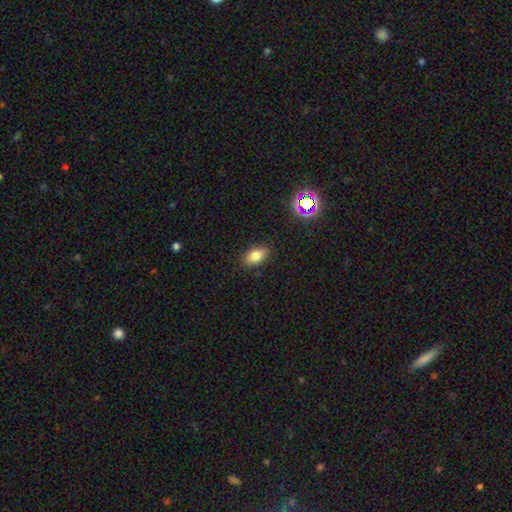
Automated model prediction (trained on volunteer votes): The model was most divided on "smooth or featured": smooth: 79%, star or artifact: 11%, featured or disk: 10%. More confident: how rounded — in between (88%); merging — none (87%).